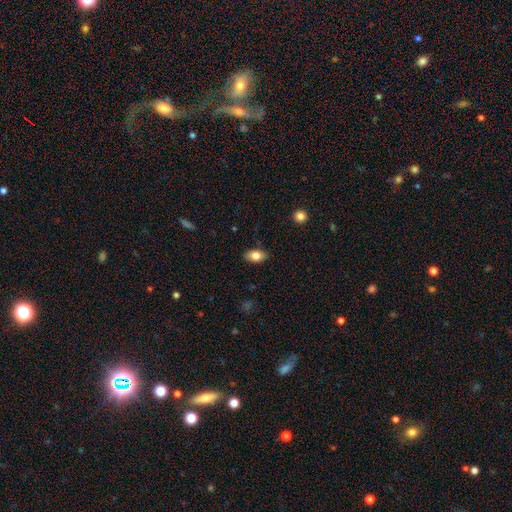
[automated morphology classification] A smooth galaxy with no disk features (82%) that is in between round and cigar-shaped (91%).

Vote fractions:
- Smooth or featured? smooth: 82% / featured or disk: 11% / star or artifact: 8%
- How rounded? in between: 91% / round: 7% / cigar-shaped: 2%
- Merging? none: 87% / minor disturbance: 10% / major disturbance: 2% / merger: 1%